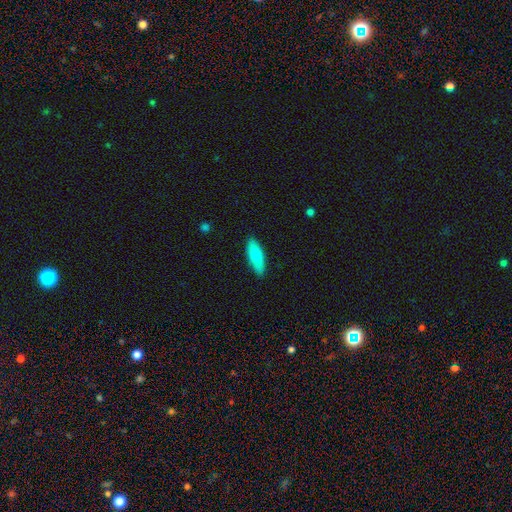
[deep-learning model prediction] Overall: smooth (73%). How rounded: in between (54%; cigar-shaped 44%). Merging: none (88%).